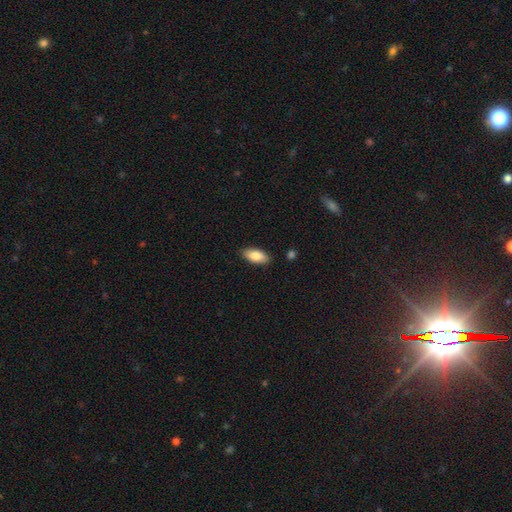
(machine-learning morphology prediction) Smooth or featured?
  - smooth: 85% *
  - featured or disk: 9%
  - star or artifact: 6%
How rounded?
  - in between: 89% *
  - cigar-shaped: 9%
  - round: 2%
Merging?
  - none: 86% *
  - minor disturbance: 10%
  - major disturbance: 2%
  - merger: 2%